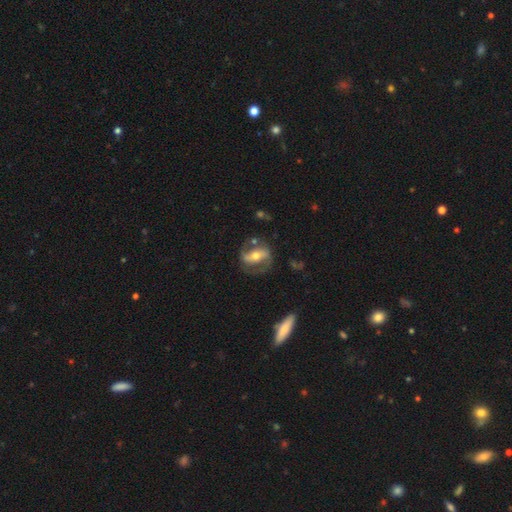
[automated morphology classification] Overall: featured or disk (77%). Edge-on disk: no (93%). Bar: strong (54%; weak 26%). Spiral arms: yes (82%). Spiral arm count: 2 (87%). Spiral winding: medium (46%; loose 32%). Bulge size: moderate (67%). Merging: none (70%).